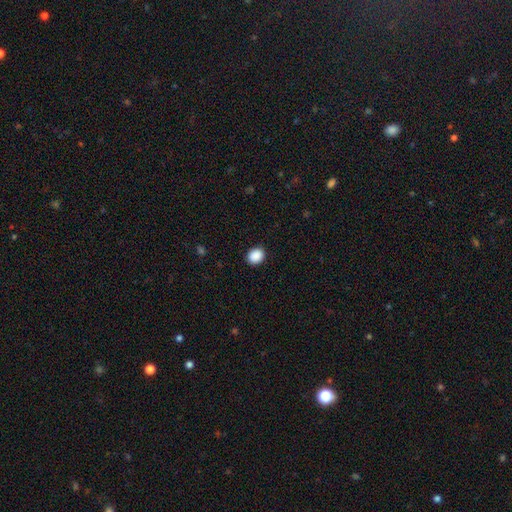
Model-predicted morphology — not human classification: type=smooth (90%); roundness=round (58%); merging=none (90%).